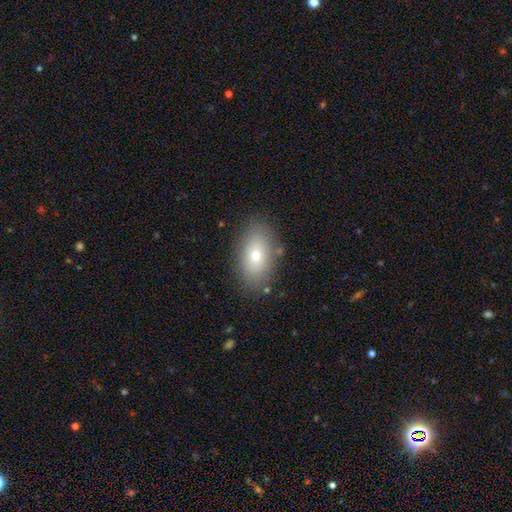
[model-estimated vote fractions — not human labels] The model was most divided on "smooth or featured": smooth: 68%, featured or disk: 21%, star or artifact: 12%. More confident: how rounded — in between (90%); merging — none (85%).